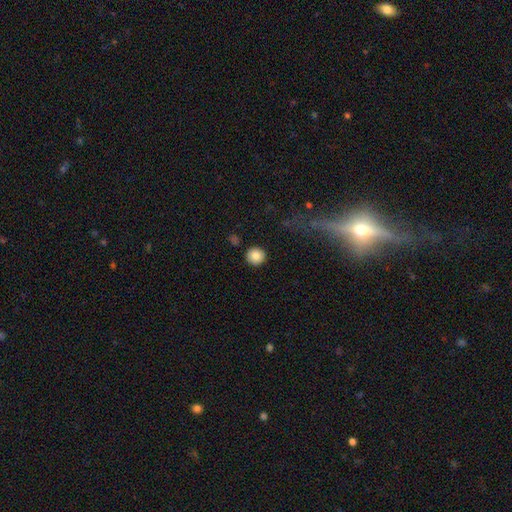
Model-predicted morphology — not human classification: A smooth galaxy with no disk features (85%) that is round (94%). Merging: none (91%).